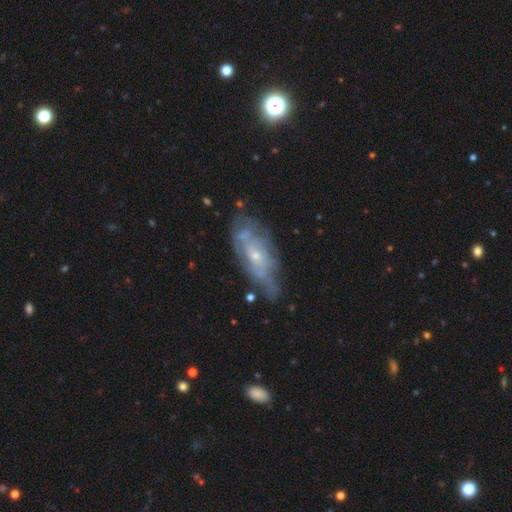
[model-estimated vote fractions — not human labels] Smooth or featured?
  - featured or disk: 68% *
  - smooth: 25%
  - star or artifact: 7%
Edge-on disk?
  - no: 87% *
  - yes: 13%
Bar?
  - no: 78% *
  - weak: 19%
  - strong: 3%
Spiral arms?
  - yes: 55% *
  - no: 45%
Bulge size?
  - small: 67% *
  - moderate: 27%
  - none: 3%
  - large: 1%
  - dominant: 1%
Merging?
  - none: 55% *
  - minor disturbance: 27%
  - major disturbance: 13%
  - merger: 4%